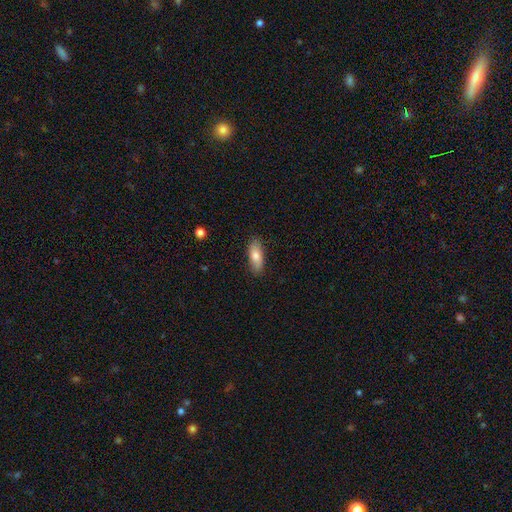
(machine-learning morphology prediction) type=smooth (77%); roundness=in between (74%); merging=none (86%).